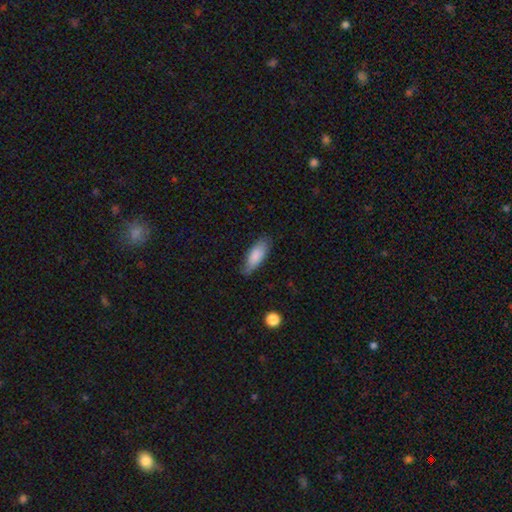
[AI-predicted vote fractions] Smooth or featured? smooth (82%)
How rounded? in between (74%)
Merging? none (70%)